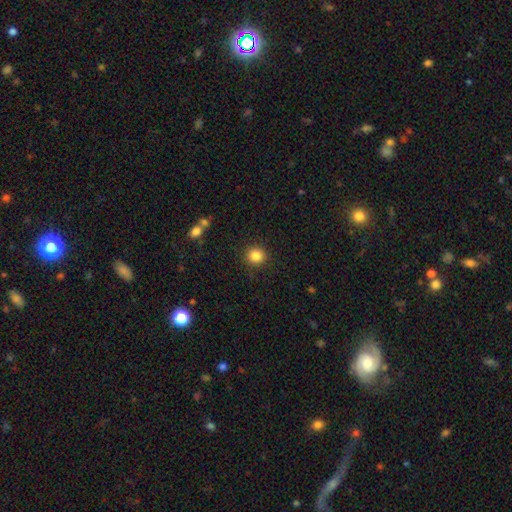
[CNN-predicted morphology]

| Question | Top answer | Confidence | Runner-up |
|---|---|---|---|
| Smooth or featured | smooth | 85% | star or artifact (11%) |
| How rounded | round | 91% | in between (8%) |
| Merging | none | 91% | minor disturbance (6%) |